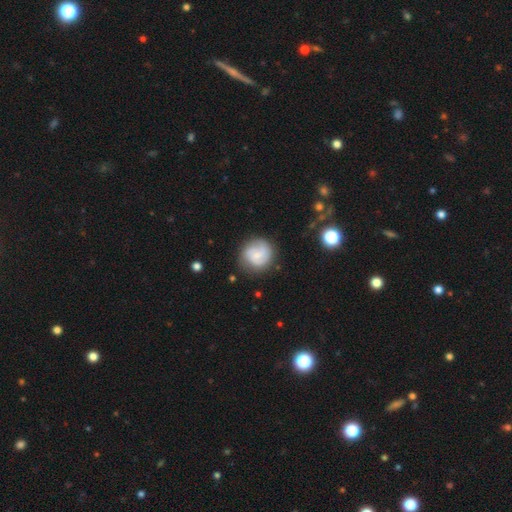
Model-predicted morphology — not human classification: featured or disk 52%, smooth 41%, star or artifact 7%. Down the decision tree: edge-on disk — no (98%); bar — no (54%); spiral arms — yes (87%); bulge size — small (63%); merging — none (75%).